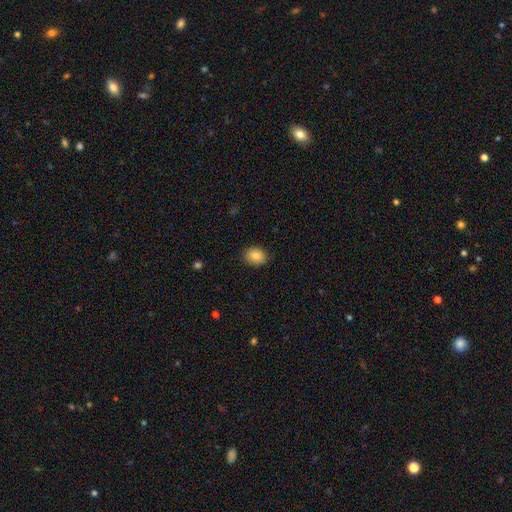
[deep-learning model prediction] smooth-or-featured: smooth: 83% | star or artifact: 9% | featured or disk: 8%
  how-rounded: round: 64% | in between: 35% | cigar-shaped: 1%
  merging: none: 87% | minor disturbance: 10% | major disturbance: 2% | merger: 1%